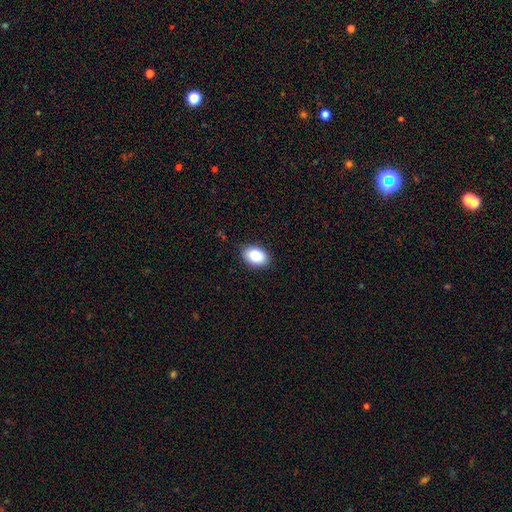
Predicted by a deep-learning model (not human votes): Smooth or featured?
  - smooth: 89% *
  - star or artifact: 7%
  - featured or disk: 4%
How rounded?
  - in between: 87% *
  - round: 12%
  - cigar-shaped: 1%
Merging?
  - none: 85% *
  - minor disturbance: 12%
  - major disturbance: 2%
  - merger: 1%